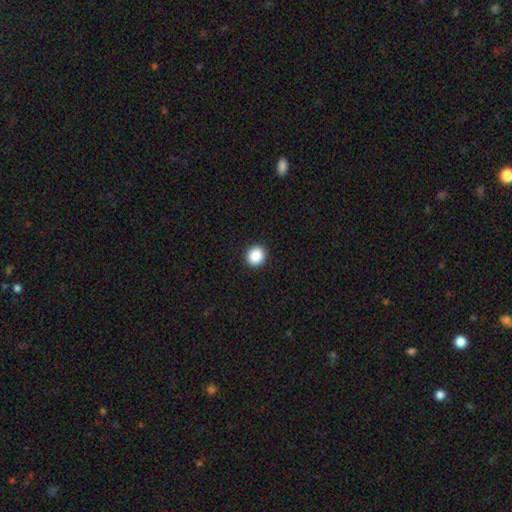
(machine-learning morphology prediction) smooth 88%, star or artifact 9%, featured or disk 3%. Down the decision tree: how rounded — round (87%); merging — none (93%).